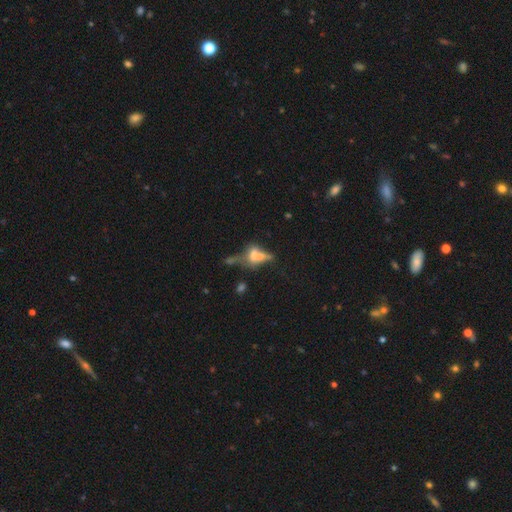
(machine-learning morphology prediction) A featured or disk galaxy (45%). Merging: merger (39%).